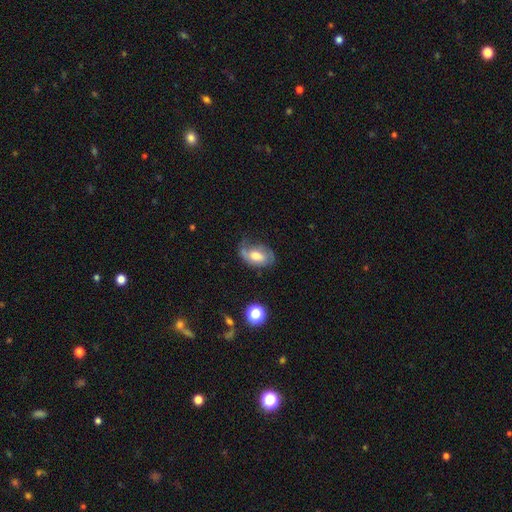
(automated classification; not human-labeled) The model was most divided on "smooth or featured": featured or disk: 51%, smooth: 40%, star or artifact: 8%. Remaining: edge-on disk — no (93%); merging — none (47%).